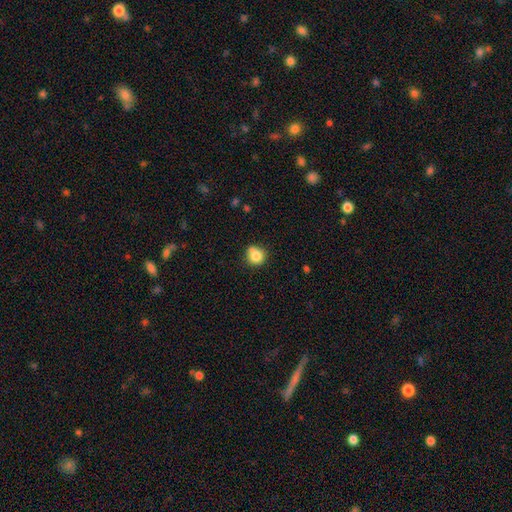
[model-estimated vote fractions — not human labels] smooth-or-featured: smooth: 81% | star or artifact: 10% | featured or disk: 9%
  how-rounded: round: 86% | in between: 13% | cigar-shaped: 1%
  merging: none: 61% | minor disturbance: 19% | merger: 15% | major disturbance: 5%